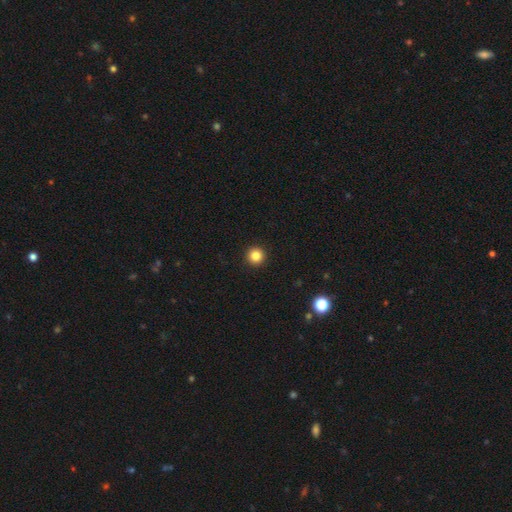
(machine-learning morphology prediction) smooth_or_featured: smooth (p=0.84) [alt: star or artifact p=0.11]
how_rounded: round (p=0.96) [alt: in between p=0.03]
merging: none (p=0.94) [alt: minor disturbance p=0.04]